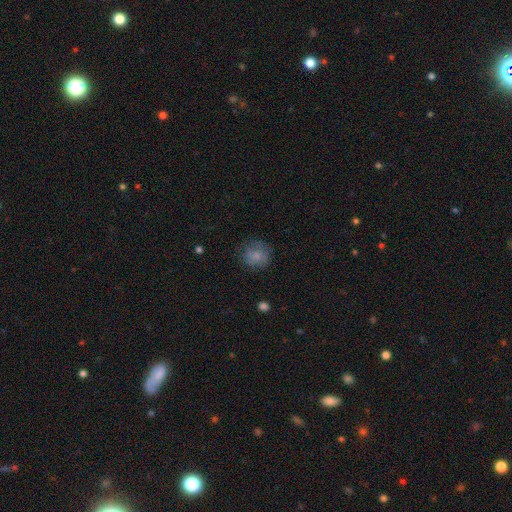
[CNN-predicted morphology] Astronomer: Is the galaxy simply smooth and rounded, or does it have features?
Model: smooth — 74%.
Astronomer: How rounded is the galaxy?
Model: round — 86%.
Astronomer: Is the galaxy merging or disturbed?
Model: none — 71%.